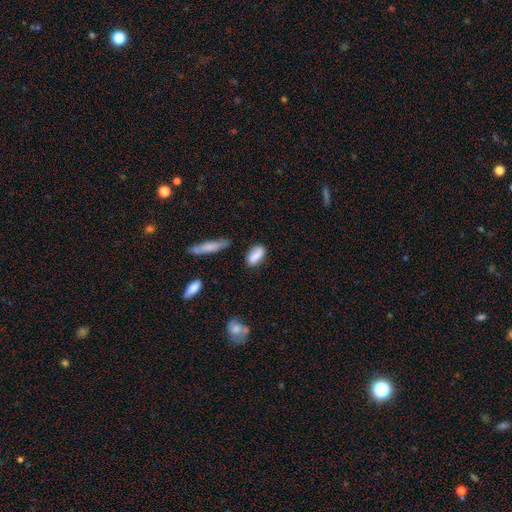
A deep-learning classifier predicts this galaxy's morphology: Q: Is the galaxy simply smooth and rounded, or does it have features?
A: smooth — 80%.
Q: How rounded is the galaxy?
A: in between — 82%.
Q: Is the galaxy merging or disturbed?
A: none — 73%.